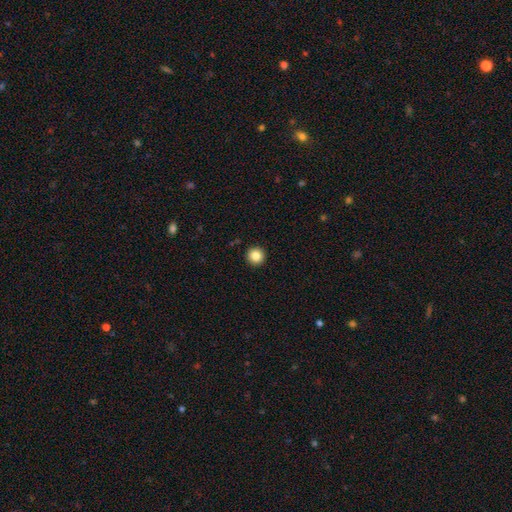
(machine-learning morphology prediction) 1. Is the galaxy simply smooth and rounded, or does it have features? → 84% smooth, 10% star or artifact, 6% featured or disk.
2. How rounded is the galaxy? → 96% round, 3% in between, 1% cigar-shaped.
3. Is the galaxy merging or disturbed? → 93% none, 4% minor disturbance, 1% major disturbance, 1% merger.